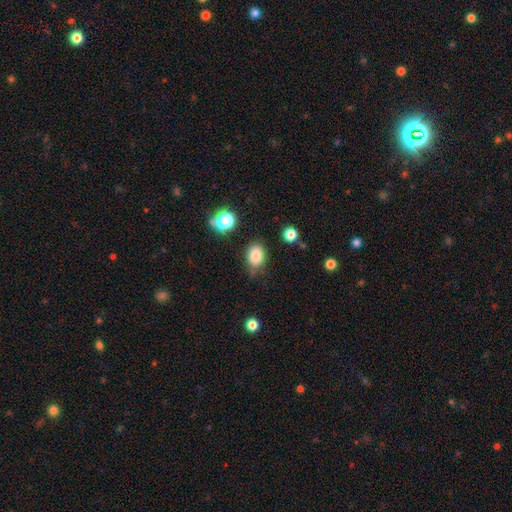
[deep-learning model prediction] Smooth or featured? smooth (83%)
How rounded? in between (73%)
Merging? none (71%)